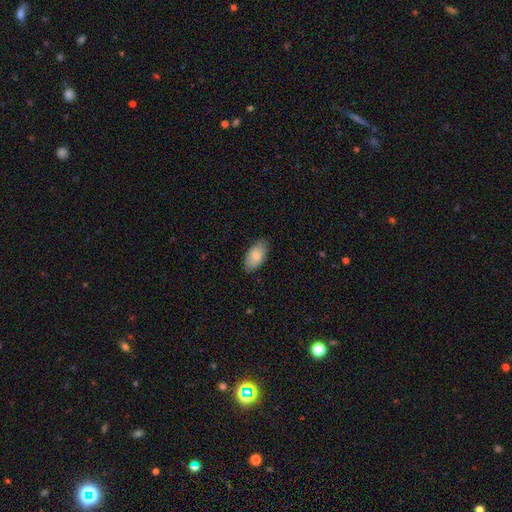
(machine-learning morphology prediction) This appears to be a smooth galaxy with no disk features (79%) that is in between round and cigar-shaped (94%). Merging: none (80%).